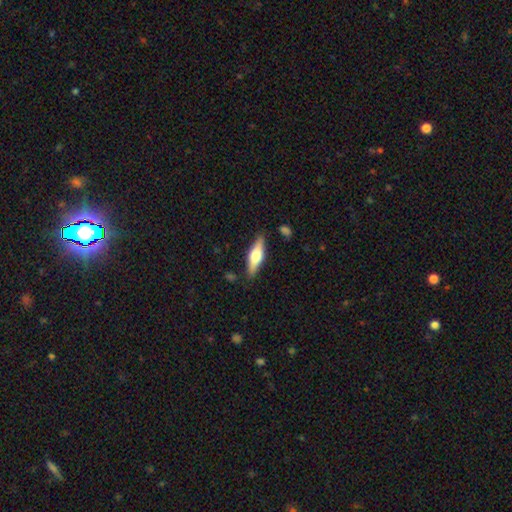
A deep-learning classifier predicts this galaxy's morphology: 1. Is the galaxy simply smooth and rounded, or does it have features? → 50% featured or disk, 44% smooth, 6% star or artifact.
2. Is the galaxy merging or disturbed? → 85% none, 11% minor disturbance, 2% major disturbance, 2% merger.